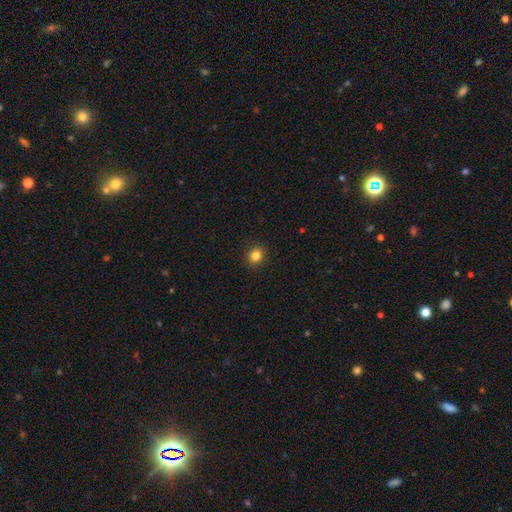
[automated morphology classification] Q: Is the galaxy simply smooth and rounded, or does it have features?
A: smooth — 83%.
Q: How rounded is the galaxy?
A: round — 83%.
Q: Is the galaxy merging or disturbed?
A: none — 92%.